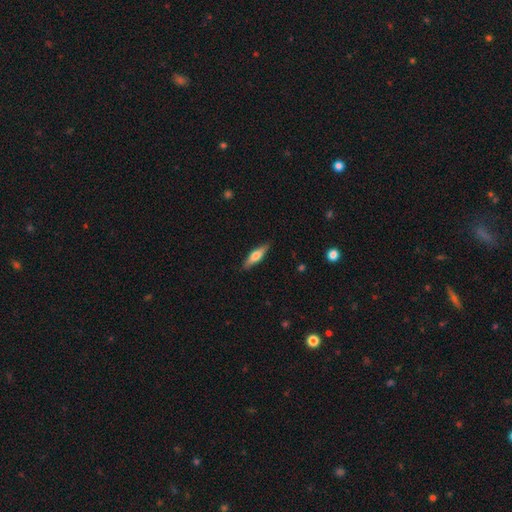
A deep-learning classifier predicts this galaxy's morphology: type=smooth (52%); roundness=cigar-shaped (66%); merging=none (88%).